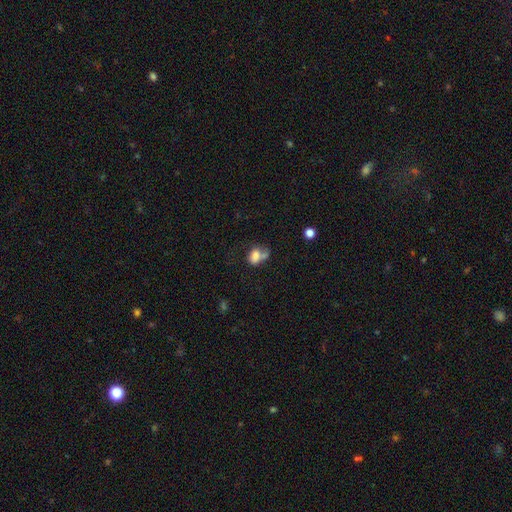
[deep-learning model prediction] The model was most divided on "merging": merger: 44%, none: 27%, minor disturbance: 16%, major disturbance: 13%. More confident: smooth or featured — smooth (74%); how rounded — in between (70%).